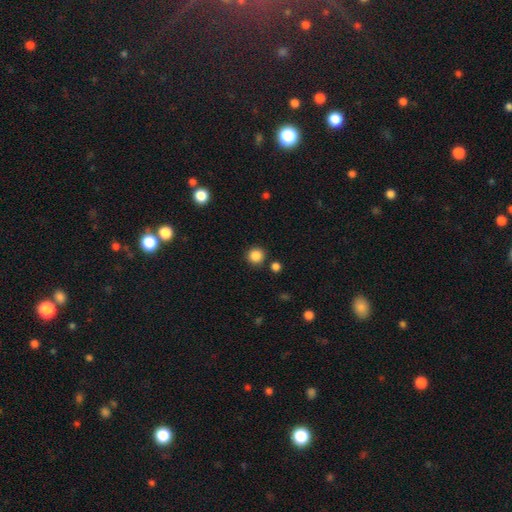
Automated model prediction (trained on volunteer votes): The model was most divided on "smooth or featured": smooth: 86%, star or artifact: 11%, featured or disk: 3%. More confident: how rounded — round (93%); merging — none (87%).